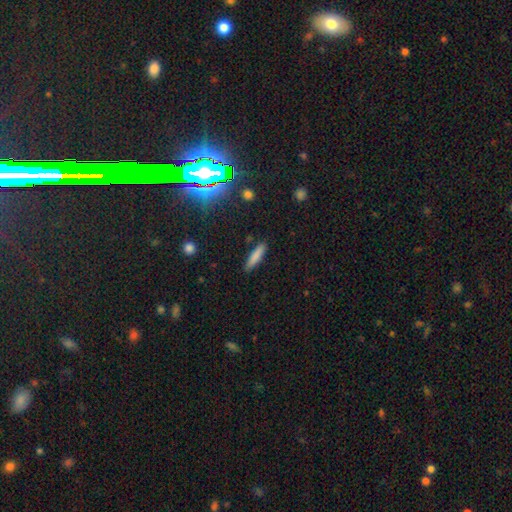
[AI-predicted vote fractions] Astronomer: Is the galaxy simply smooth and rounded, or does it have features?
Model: smooth — 82%.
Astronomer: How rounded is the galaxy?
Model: cigar-shaped — 81%.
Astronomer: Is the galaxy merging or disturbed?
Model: none — 88%.